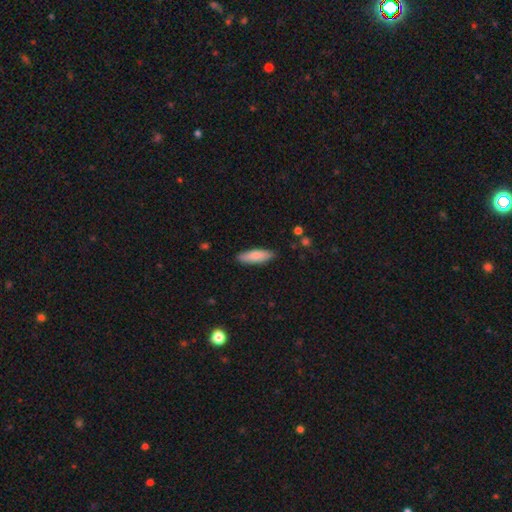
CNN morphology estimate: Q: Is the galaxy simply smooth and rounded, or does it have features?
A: smooth — 83%.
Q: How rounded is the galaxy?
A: in between — 53%.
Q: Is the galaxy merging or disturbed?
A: none — 87%.